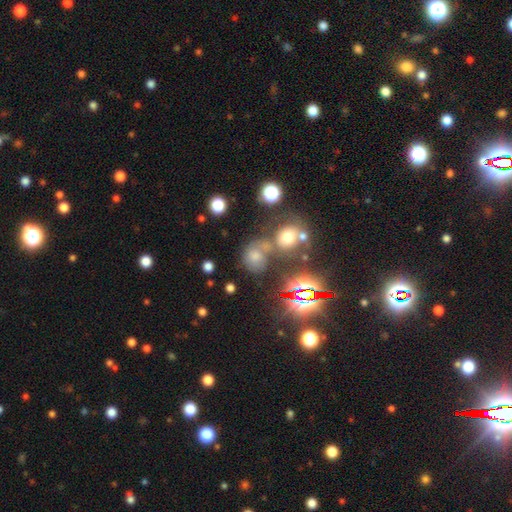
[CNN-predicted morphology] This appears to be a smooth galaxy with no disk features (56%) that is round (69%). Merging: none (40%).